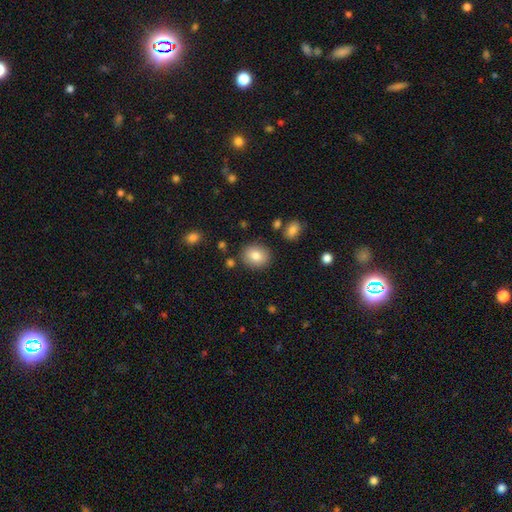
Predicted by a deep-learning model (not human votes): Smooth or featured? smooth (80%)
How rounded? round (69%)
Merging? none (85%)